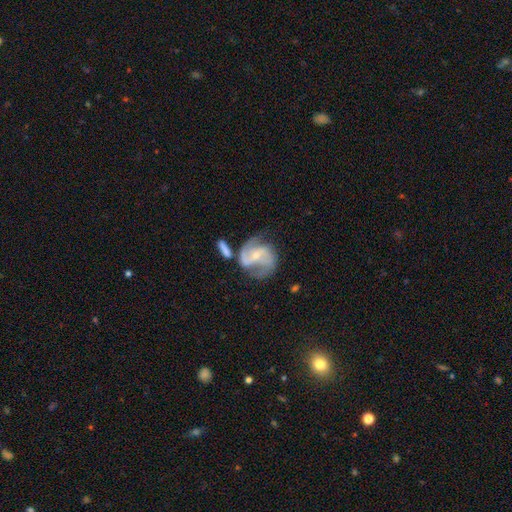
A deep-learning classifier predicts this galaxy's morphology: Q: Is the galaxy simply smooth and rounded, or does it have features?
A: featured or disk — 86%.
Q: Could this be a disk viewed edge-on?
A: no — 97%.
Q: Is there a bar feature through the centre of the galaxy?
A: weak — 40%.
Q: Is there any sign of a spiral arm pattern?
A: yes — 95%.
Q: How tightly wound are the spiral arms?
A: medium — 52%.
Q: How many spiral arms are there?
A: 2 — 80%.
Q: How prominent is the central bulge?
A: small — 66%.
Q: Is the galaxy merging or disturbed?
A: none — 53%.